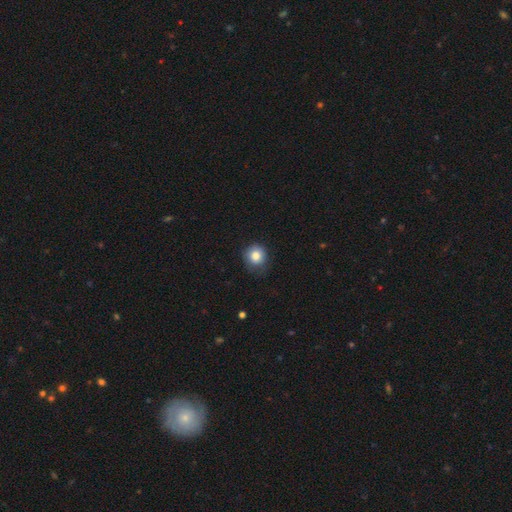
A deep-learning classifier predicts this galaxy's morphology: Smooth or featured?
  - smooth: 84% *
  - star or artifact: 10%
  - featured or disk: 7%
How rounded?
  - round: 88% *
  - in between: 11%
  - cigar-shaped: 1%
Merging?
  - none: 74% *
  - minor disturbance: 20%
  - major disturbance: 4%
  - merger: 1%